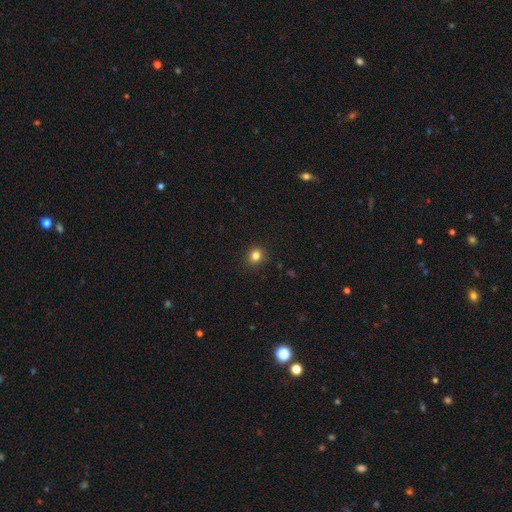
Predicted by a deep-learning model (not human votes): Morphology: type=smooth (82%); roundness=round (79%); merging=none (90%).